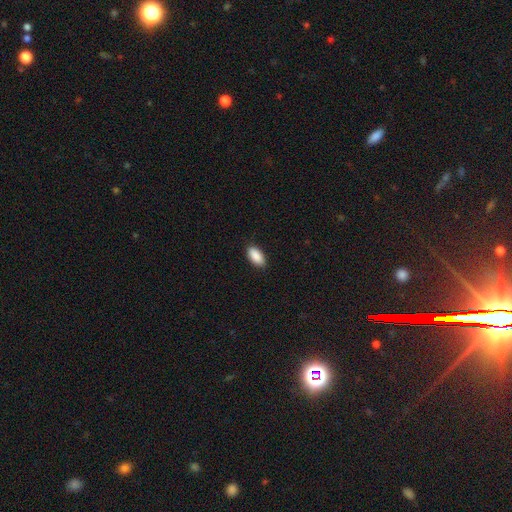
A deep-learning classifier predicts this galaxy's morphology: The model was most divided on "merging": none: 88%, minor disturbance: 9%, major disturbance: 2%, merger: 1%. More confident: how rounded — in between (93%); smooth or featured — smooth (90%).